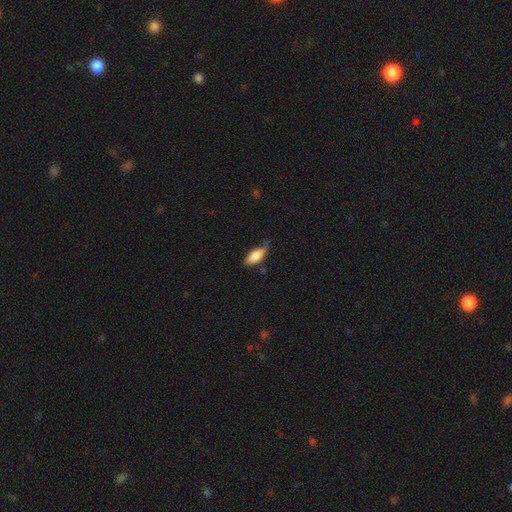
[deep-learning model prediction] Overall: smooth (79%). How rounded: in between (81%). Merging: none (51%; minor disturbance 37%).